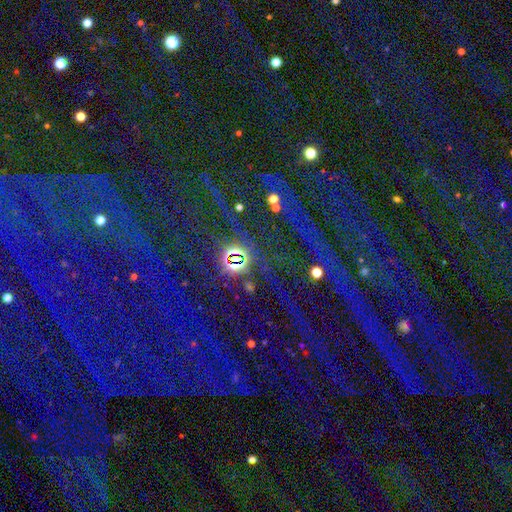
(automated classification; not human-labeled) This is clearly a star or artifact rather than a galaxy (82%).